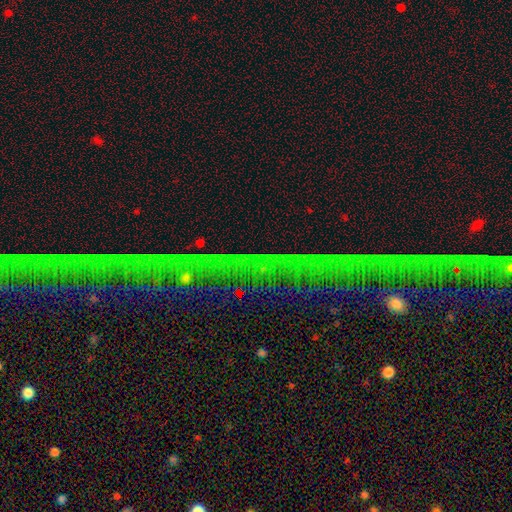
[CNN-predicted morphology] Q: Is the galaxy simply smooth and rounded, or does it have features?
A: star or artifact — 84%.